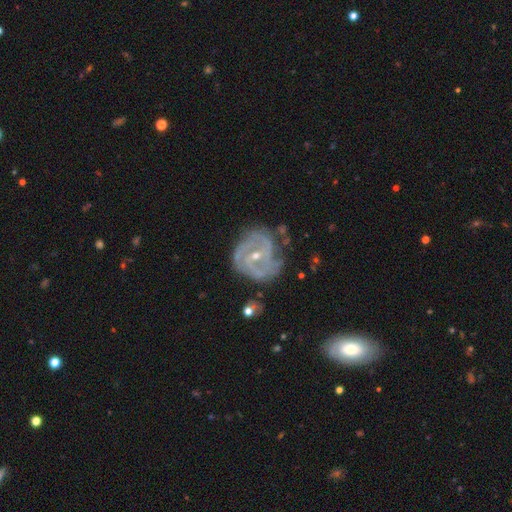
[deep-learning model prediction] Overall: featured or disk (87%). Edge-on disk: no (97%). Bar: weak (42%; no 37%). Spiral arms: yes (95%). Spiral arm count: 2 (33%; 3 29%). Spiral winding: tight (53%; medium 38%). Bulge size: small (63%; moderate 34%). Merging: none (61%; minor disturbance 25%).